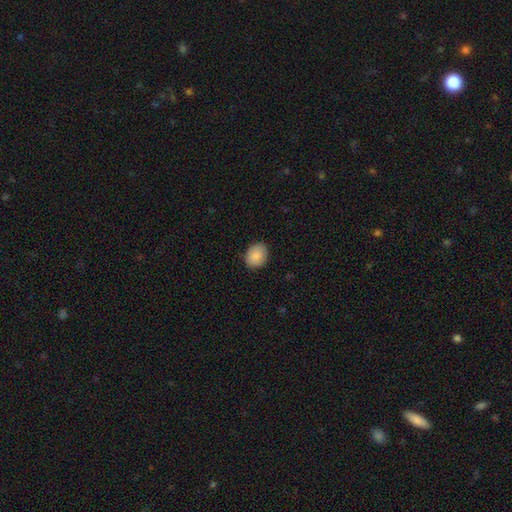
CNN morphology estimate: Smooth or featured? Predicted: smooth (p=0.89). How rounded? Predicted: in between (p=0.56). Merging? Predicted: none (p=0.86).